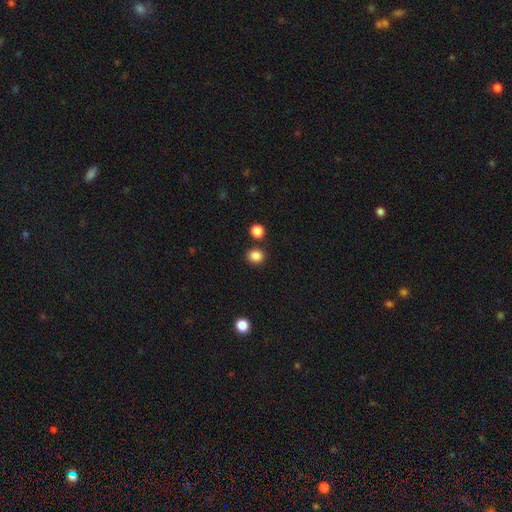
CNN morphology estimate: A smooth galaxy with no disk features (86%) that is round (74%). Merging: none (83%).